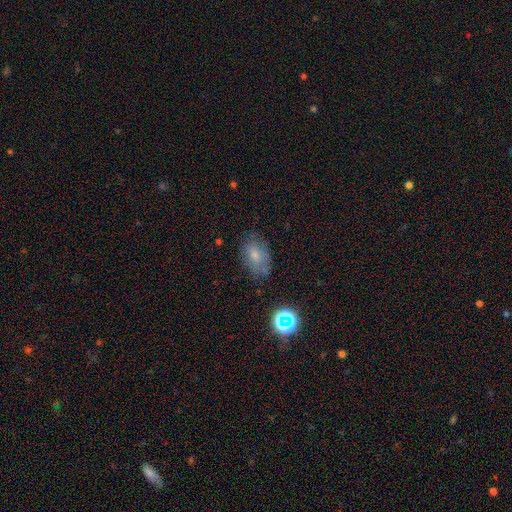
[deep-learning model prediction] A smooth galaxy with no disk features (70%) that is in between round and cigar-shaped (84%).

Vote fractions:
- Smooth or featured? smooth: 70% / featured or disk: 16% / star or artifact: 14%
- How rounded? in between: 84% / round: 15% / cigar-shaped: 2%
- Merging? none: 68% / minor disturbance: 23% / major disturbance: 7% / merger: 2%